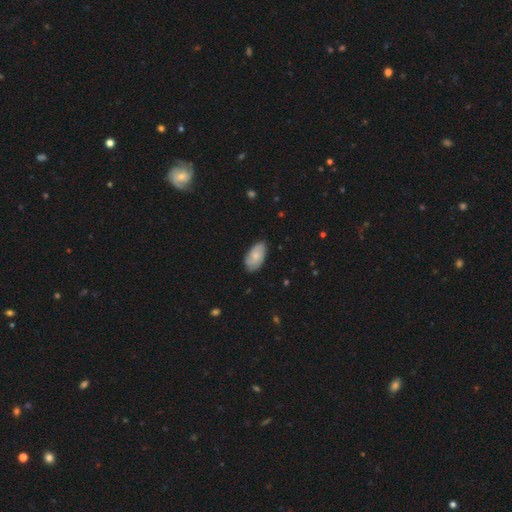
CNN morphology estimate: This is likely a smooth galaxy (63%). How rounded: clearly in between (94%). Merging: likely none (77%).